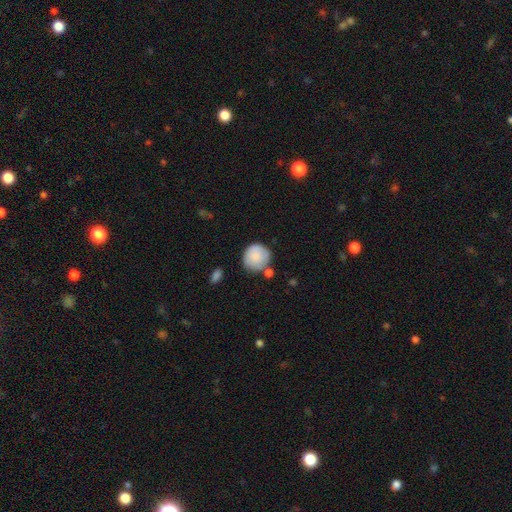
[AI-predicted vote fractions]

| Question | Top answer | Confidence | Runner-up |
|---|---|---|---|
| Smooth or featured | smooth | 85% | featured or disk (8%) |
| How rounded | round | 89% | in between (10%) |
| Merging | none | 64% | minor disturbance (20%) |